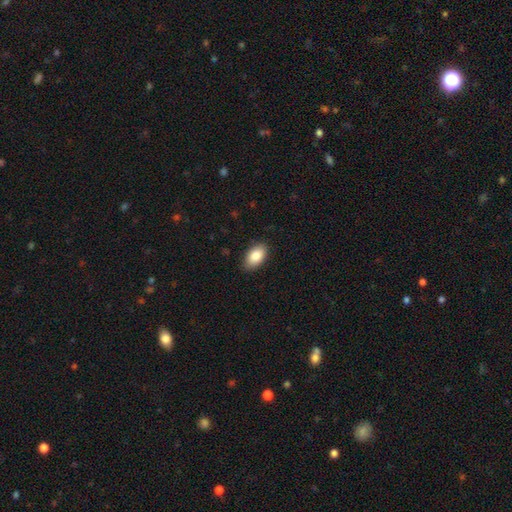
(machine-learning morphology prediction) The model was most divided on "merging": none: 87%, minor disturbance: 10%, major disturbance: 2%, merger: 1%. More confident: how rounded — in between (93%); smooth or featured — smooth (86%).